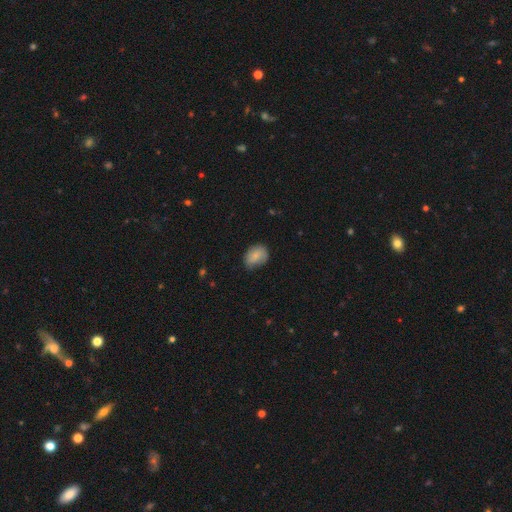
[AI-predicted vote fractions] Smooth or featured? Predicted: smooth (p=0.78). How rounded? Predicted: in between (p=0.66). Merging? Predicted: none (p=0.65).